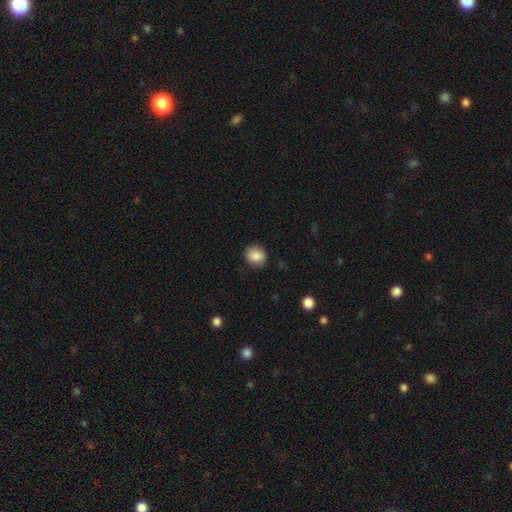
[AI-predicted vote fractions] This appears to be a smooth galaxy with no disk features (84%) that is round (80%). Merging: none (85%).